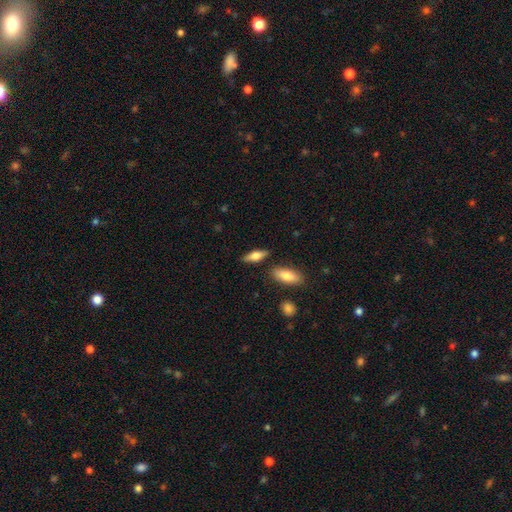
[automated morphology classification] A smooth galaxy with no disk features (59%) that is in between round and cigar-shaped (60%). Merging: none (81%).